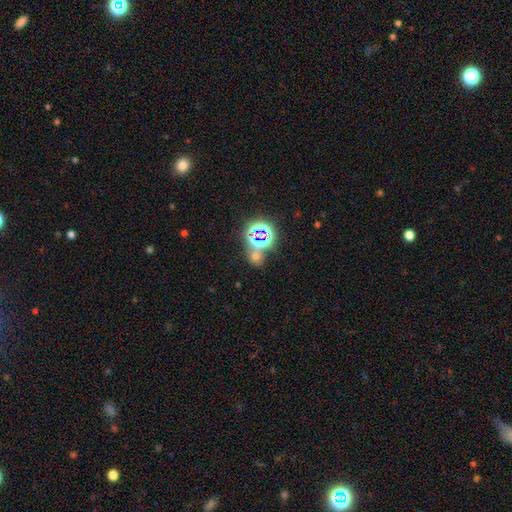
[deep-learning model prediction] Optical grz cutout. It shows a star or artifact, not a galaxy (54%).